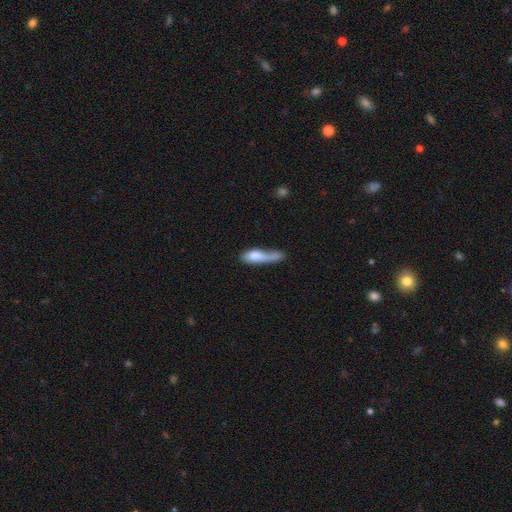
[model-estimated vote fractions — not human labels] smooth_or_featured: smooth (p=0.66) [alt: featured or disk p=0.27]
how_rounded: cigar-shaped (p=0.59) [alt: in between p=0.36]
merging: major disturbance (p=0.29) [alt: merger p=0.25]